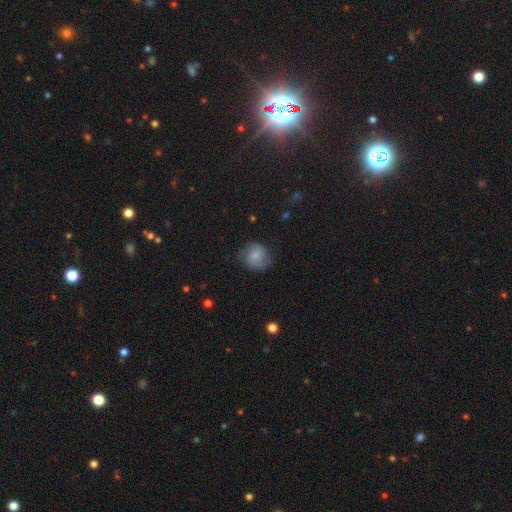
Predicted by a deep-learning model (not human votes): Q: Smooth or featured?
A: smooth (65%); runner-up: featured or disk (26%)
Q: How rounded?
A: round (84%); runner-up: in between (15%)
Q: Merging?
A: none (71%); runner-up: minor disturbance (21%)